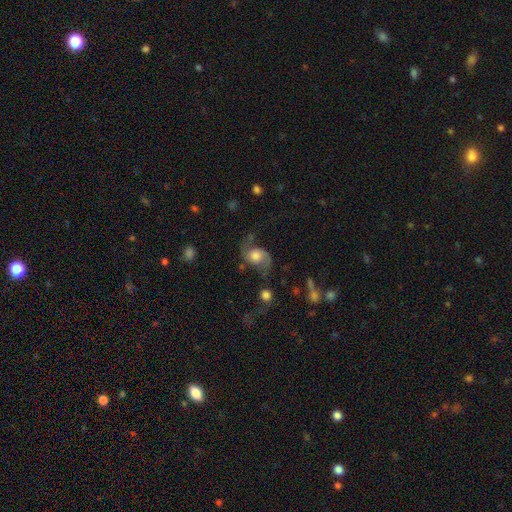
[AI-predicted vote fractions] smooth_or_featured: featured or disk (p=0.67) [alt: smooth p=0.25]
disk_edge_on: no (p=0.97) [alt: yes p=0.03]
bar: no (p=0.72) [alt: weak p=0.24]
has_spiral_arms: yes (p=0.91) [alt: no p=0.09]
spiral_winding: loose (p=0.62) [alt: medium p=0.31]
spiral_arm_count: 2 (p=0.89) [alt: 1 p=0.05]
bulge_size: moderate (p=0.41) [alt: large p=0.37]
merging: none (p=0.54) [alt: minor disturbance p=0.21]